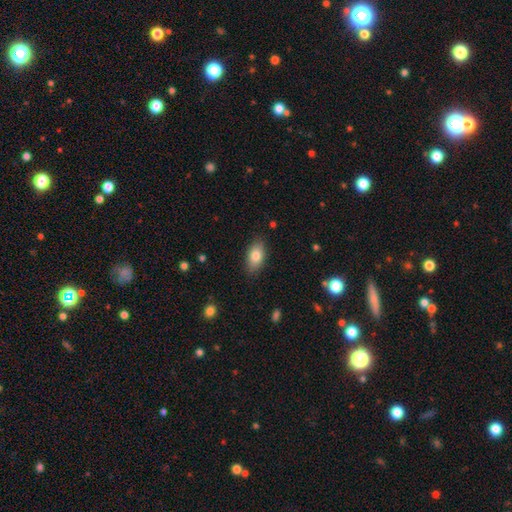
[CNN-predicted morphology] A smooth galaxy with no disk features (81%) that is in between round and cigar-shaped (90%).

Vote fractions:
- Smooth or featured? smooth: 81% / featured or disk: 11% / star or artifact: 7%
- How rounded? in between: 90% / round: 6% / cigar-shaped: 4%
- Merging? none: 85% / minor disturbance: 11% / major disturbance: 3% / merger: 1%